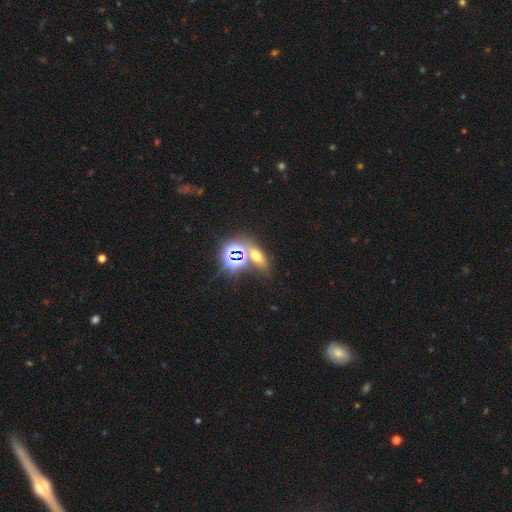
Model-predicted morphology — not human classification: Q: Smooth or featured?
A: star or artifact (45%); runner-up: smooth (41%)